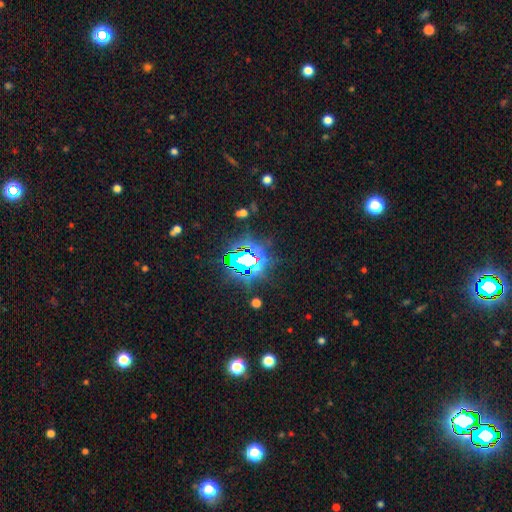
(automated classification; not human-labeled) A star or artifact, not a galaxy (84%).

Vote fractions:
- Smooth or featured? star or artifact: 84% / smooth: 10% / featured or disk: 6%